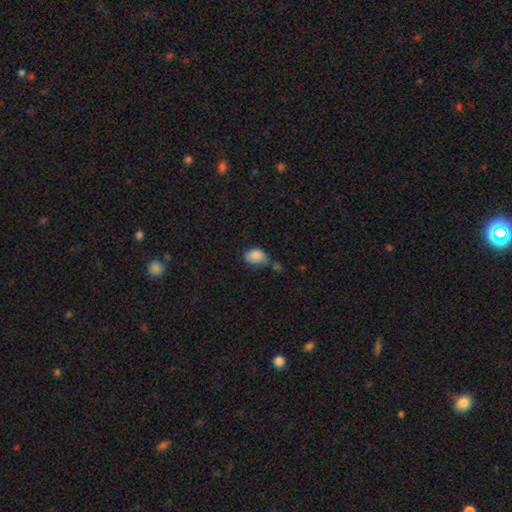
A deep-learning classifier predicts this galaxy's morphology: This appears to be a smooth galaxy with no disk features (85%) that is in between round and cigar-shaped (71%). Merging: none (36%).